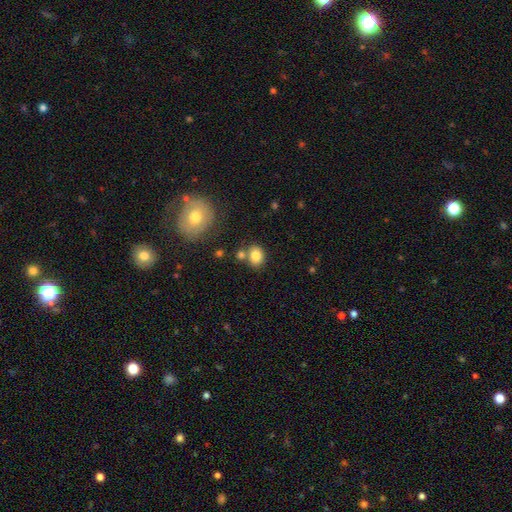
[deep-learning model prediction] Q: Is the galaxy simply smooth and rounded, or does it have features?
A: smooth — 82%.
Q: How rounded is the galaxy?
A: in between — 53%.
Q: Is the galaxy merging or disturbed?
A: none — 68%.